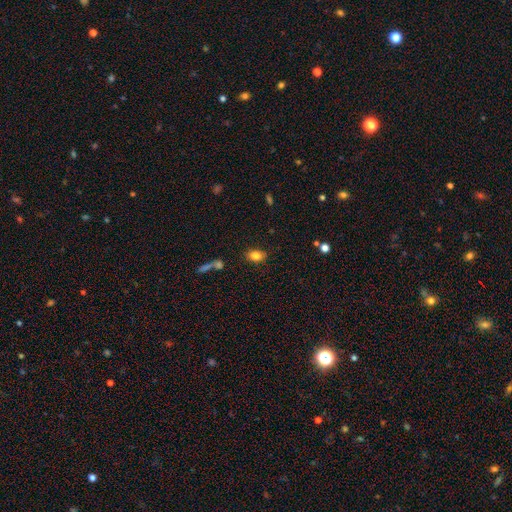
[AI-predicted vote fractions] Smooth or featured: smooth — 83% (star or artifact — 9%)
How rounded: in between — 79% (round — 19%)
Merging: none — 83% (minor disturbance — 10%)